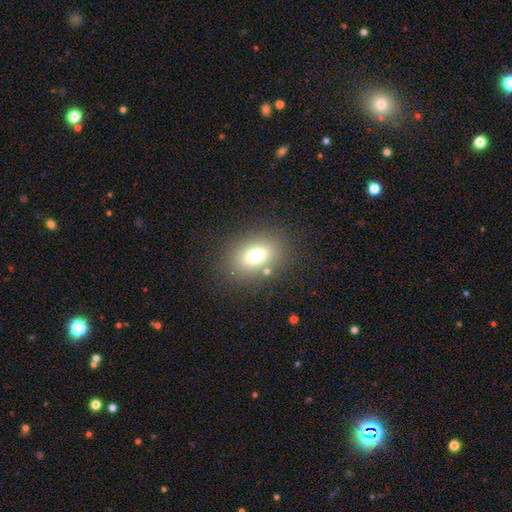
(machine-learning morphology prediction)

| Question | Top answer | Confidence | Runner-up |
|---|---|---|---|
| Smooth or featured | smooth | 73% | featured or disk (14%) |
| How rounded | in between | 75% | round (23%) |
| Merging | none | 81% | minor disturbance (11%) |